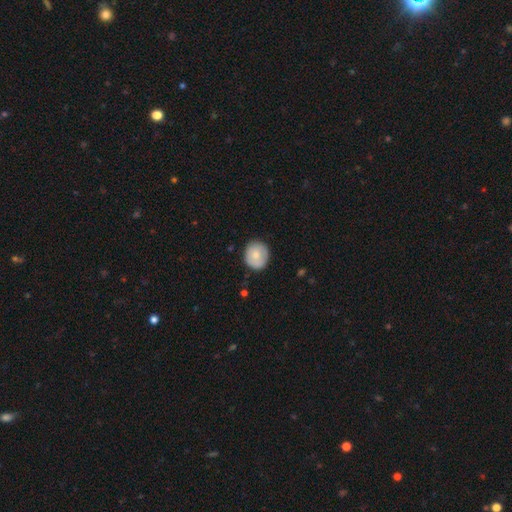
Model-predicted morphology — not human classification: This is likely a smooth galaxy (74%). How rounded: clearly round (85%). Merging: clearly none (84%).